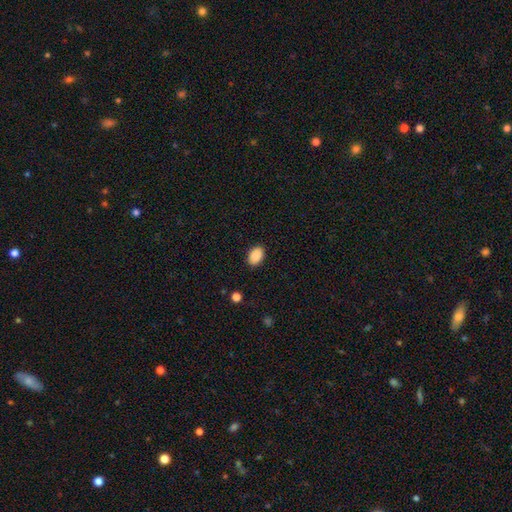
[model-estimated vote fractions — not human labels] A smooth galaxy with no disk features (89%) that is in between round and cigar-shaped (83%).

Vote fractions:
- Smooth or featured? smooth: 89% / star or artifact: 8% / featured or disk: 3%
- How rounded? in between: 83% / round: 16% / cigar-shaped: 1%
- Merging? none: 89% / minor disturbance: 8% / major disturbance: 2% / merger: 1%